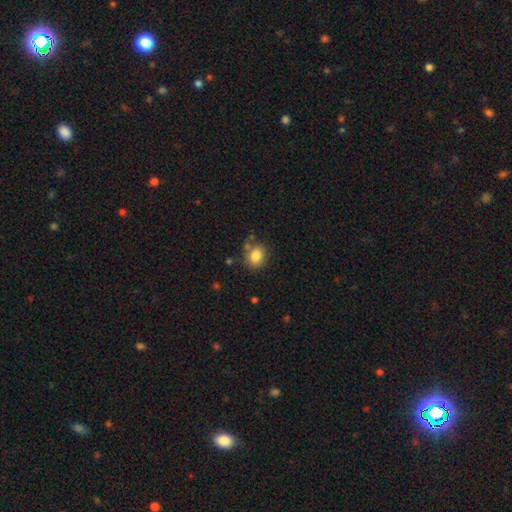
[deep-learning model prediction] The model was most divided on "how rounded": round: 54%, in between: 45%, cigar-shaped: 1%. More confident: smooth or featured — smooth (83%); merging — none (72%).